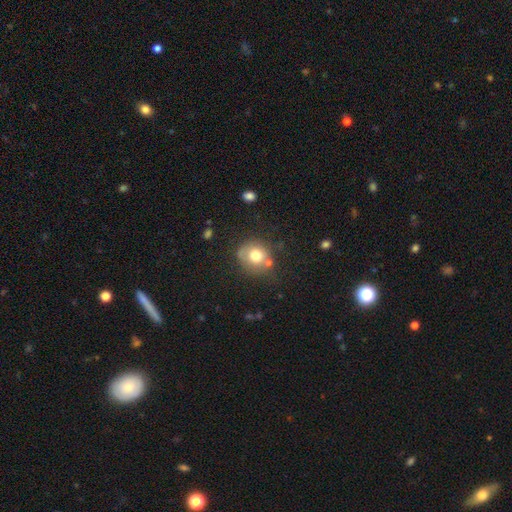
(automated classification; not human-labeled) smooth-or-featured: smooth: 73% | featured or disk: 17% | star or artifact: 11%
  how-rounded: round: 82% | in between: 17% | cigar-shaped: 1%
  merging: none: 62% | minor disturbance: 19% | merger: 11% | major disturbance: 8%